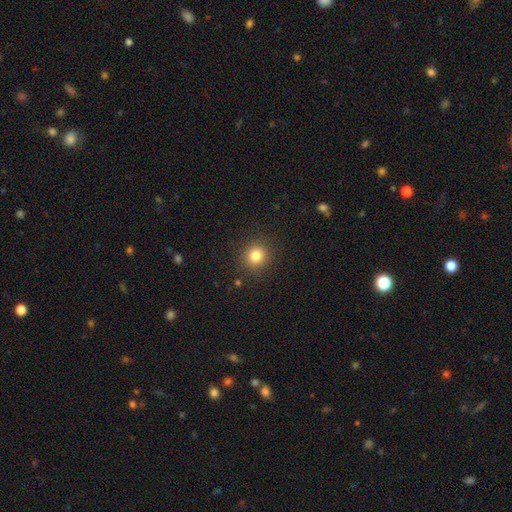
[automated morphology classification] A smooth galaxy with no disk features (82%) that is round (90%). Merging: none (90%).